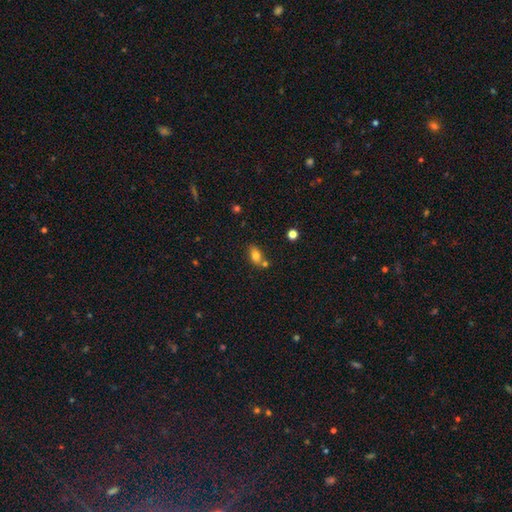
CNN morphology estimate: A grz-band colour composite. It shows a smooth galaxy with no disk features (78%) that is in between round and cigar-shaped (81%). Merging: none (60%).